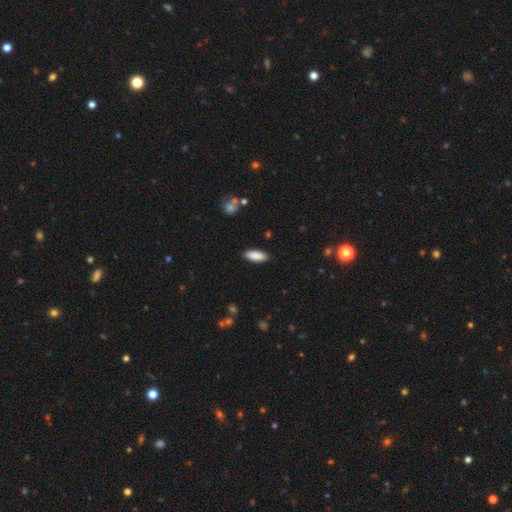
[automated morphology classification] type=smooth (89%); roundness=in between (77%); merging=none (89%).